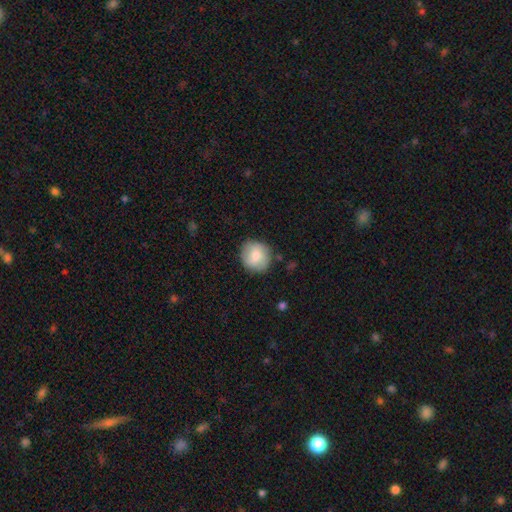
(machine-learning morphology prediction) A smooth galaxy with no disk features (72%) that is round (89%).

Vote fractions:
- Smooth or featured? smooth: 72% / featured or disk: 21% / star or artifact: 7%
- How rounded? round: 89% / in between: 10% / cigar-shaped: 1%
- Merging? none: 82% / minor disturbance: 13% / major disturbance: 3% / merger: 2%